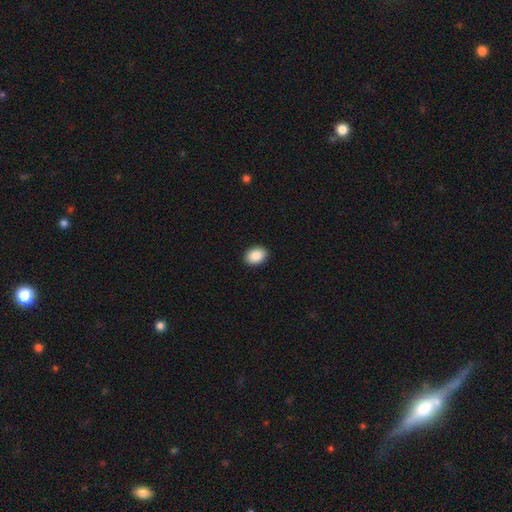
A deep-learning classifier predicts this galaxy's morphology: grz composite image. It shows a smooth galaxy with no disk features (89%) that is in between round and cigar-shaped (78%). Merging: none (91%).